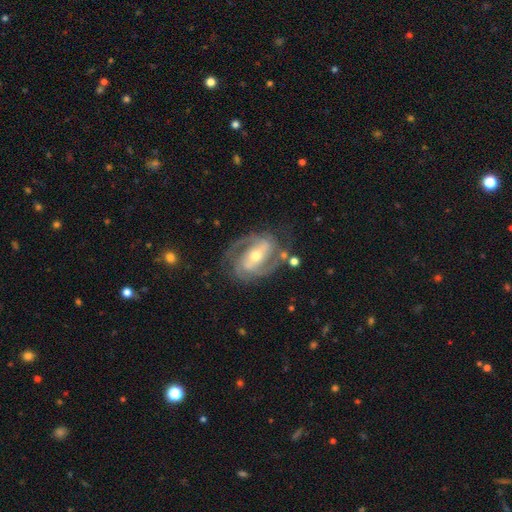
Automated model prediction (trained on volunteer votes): featured or disk 89%, smooth 6%, star or artifact 5%. Down the decision tree: edge-on disk — no (96%); bar — strong (50%); spiral arms — yes (96%); spiral arm count — 2 (82%); spiral winding — medium (49%); bulge size — moderate (63%); merging — none (73%).